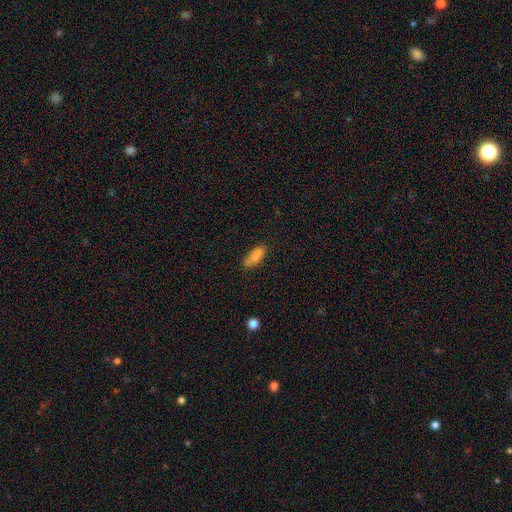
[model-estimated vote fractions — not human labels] smooth_or_featured: smooth (p=0.81) [alt: featured or disk p=0.10]
how_rounded: in between (p=0.75) [alt: cigar-shaped p=0.22]
merging: none (p=0.59) [alt: minor disturbance p=0.23]